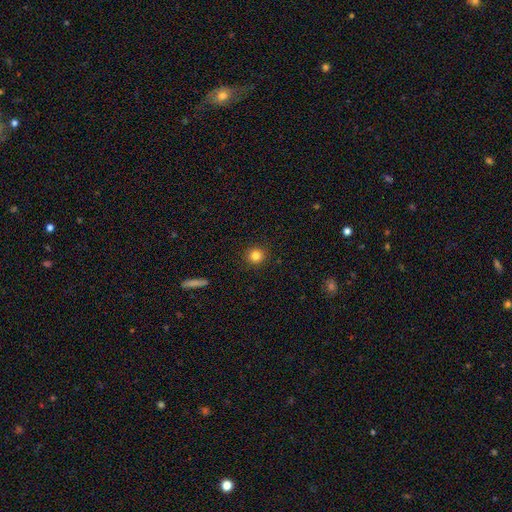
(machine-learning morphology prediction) Smooth or featured: smooth — 83% (star or artifact — 11%)
How rounded: round — 93% (in between — 6%)
Merging: none — 92% (minor disturbance — 5%)